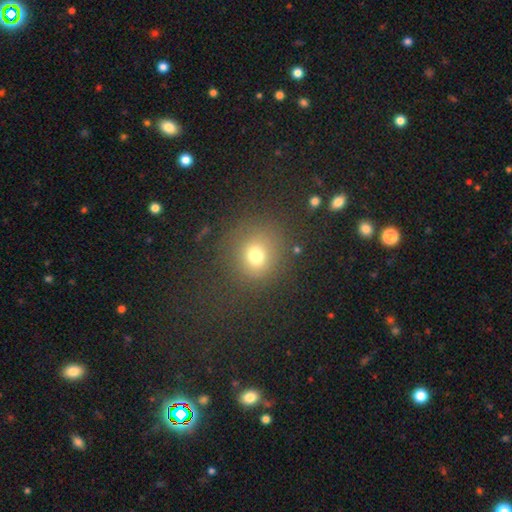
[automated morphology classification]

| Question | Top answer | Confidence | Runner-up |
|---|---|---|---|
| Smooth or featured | smooth | 72% | star or artifact (19%) |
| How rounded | round | 88% | in between (11%) |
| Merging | none | 81% | minor disturbance (10%) |